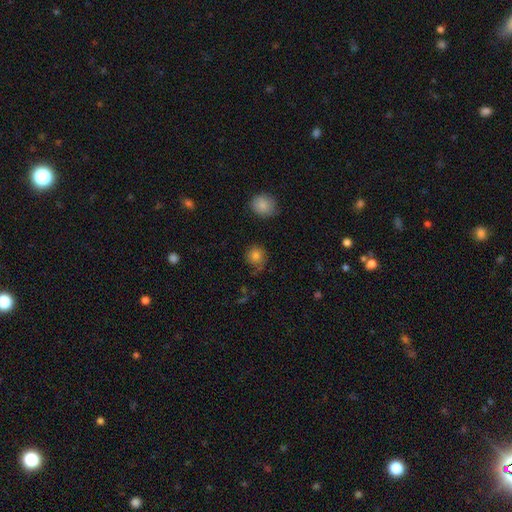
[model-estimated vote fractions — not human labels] A smooth galaxy with no disk features (82%) that is round (89%).

Vote fractions:
- Smooth or featured? smooth: 82% / star or artifact: 11% / featured or disk: 7%
- How rounded? round: 89% / in between: 10% / cigar-shaped: 1%
- Merging? none: 72% / minor disturbance: 19% / major disturbance: 6% / merger: 3%